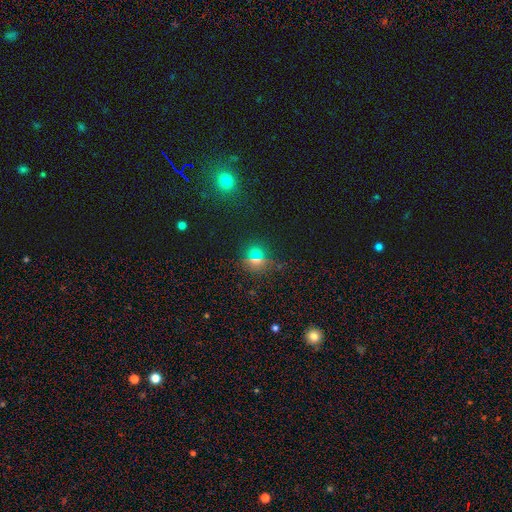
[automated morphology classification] Overall: smooth (57%; star or artifact 34%). How rounded: round (80%). Merging: none (79%).